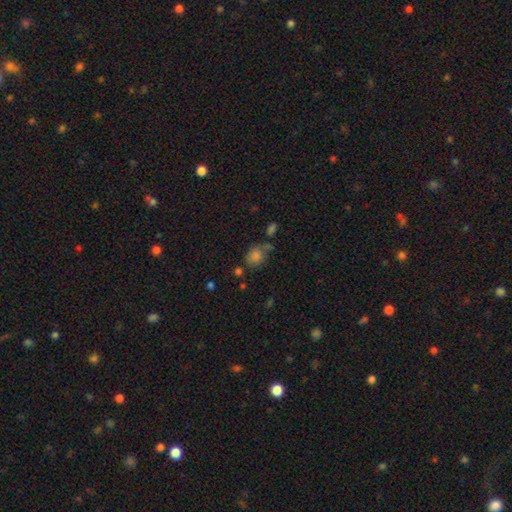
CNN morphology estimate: Overall: smooth (74%). How rounded: round (60%; in between 39%). Merging: none (56%; minor disturbance 19%).